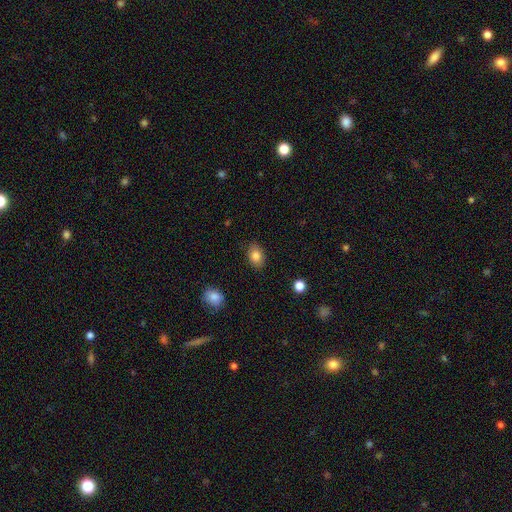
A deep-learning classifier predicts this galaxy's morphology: smooth 83%, star or artifact 9%, featured or disk 8%. Down the decision tree: how rounded — in between (79%); merging — none (86%).